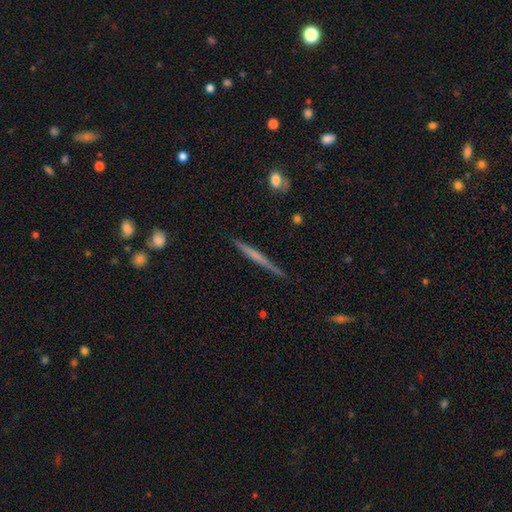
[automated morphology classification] The model was most divided on "smooth or featured": featured or disk: 53%, smooth: 41%, star or artifact: 6%. More confident: edge-on disk — yes (97%); merging — none (87%); edge-on bulge — none (77%).